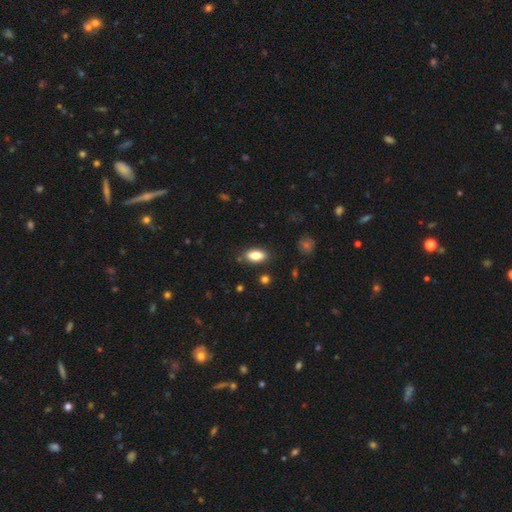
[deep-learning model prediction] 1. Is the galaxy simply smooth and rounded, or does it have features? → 85% smooth, 7% star or artifact, 7% featured or disk.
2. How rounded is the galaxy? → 89% in between, 7% cigar-shaped, 3% round.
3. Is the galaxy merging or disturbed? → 84% none, 11% minor disturbance, 2% major disturbance, 2% merger.